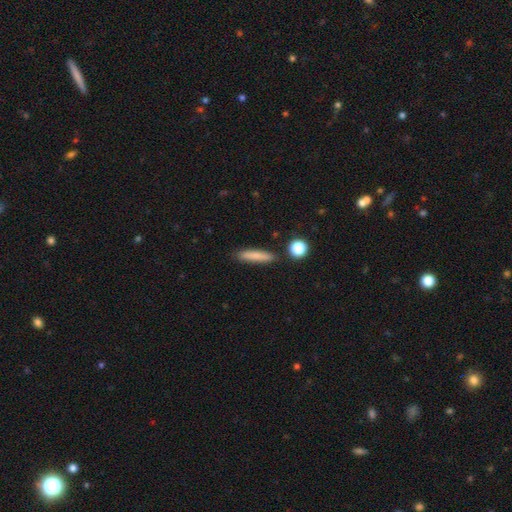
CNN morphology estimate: type=smooth (80%); roundness=cigar-shaped (86%); merging=none (85%).